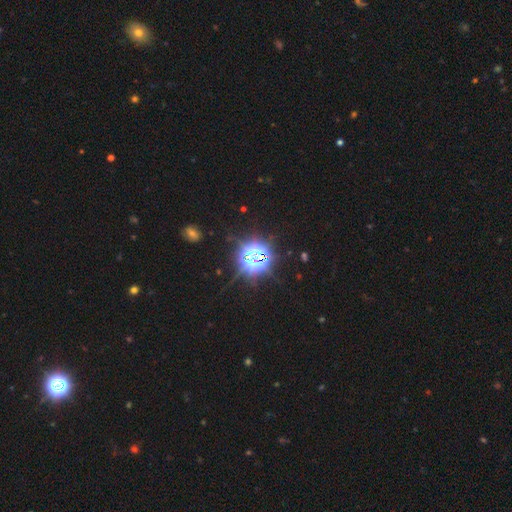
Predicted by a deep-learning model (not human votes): Smooth or featured: star or artifact — 78% (smooth — 13%)